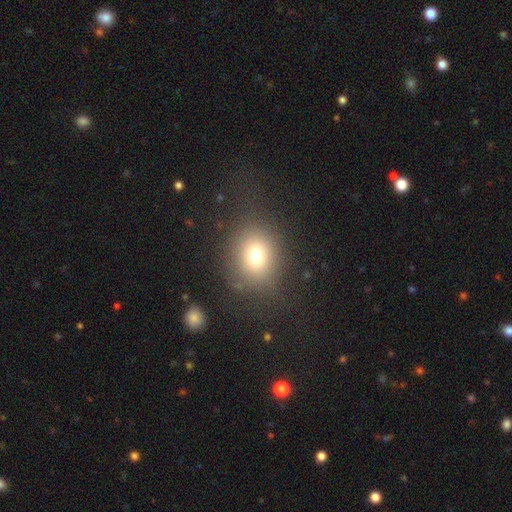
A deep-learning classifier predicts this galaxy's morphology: A smooth galaxy with no disk features (72%) that is round (69%). Merging: none (78%).